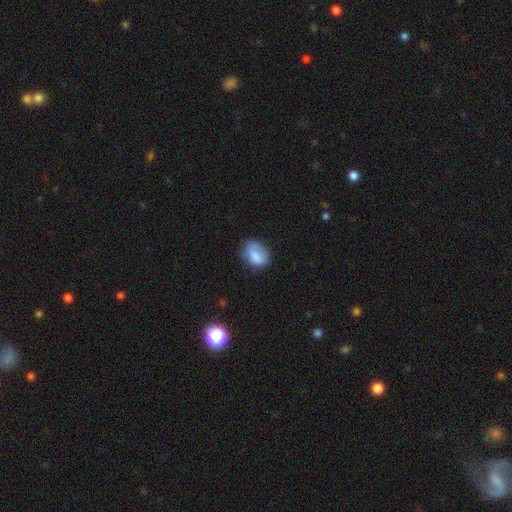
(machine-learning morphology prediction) Overall: smooth (81%). How rounded: in between (73%). Merging: none (59%; minor disturbance 31%).